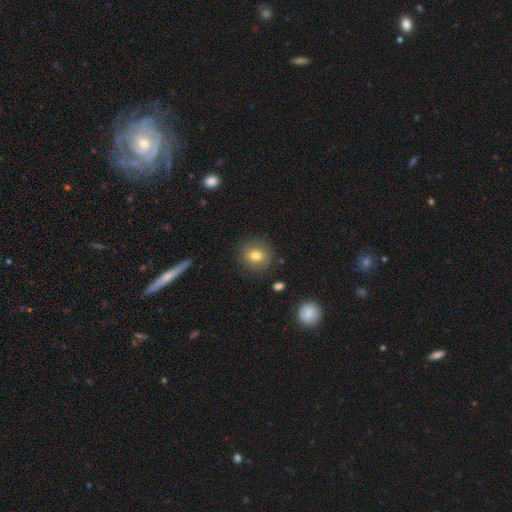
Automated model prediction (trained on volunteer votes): Q: Smooth or featured?
A: smooth (76%); runner-up: featured or disk (14%)
Q: How rounded?
A: round (85%); runner-up: in between (14%)
Q: Merging?
A: none (86%); runner-up: minor disturbance (10%)